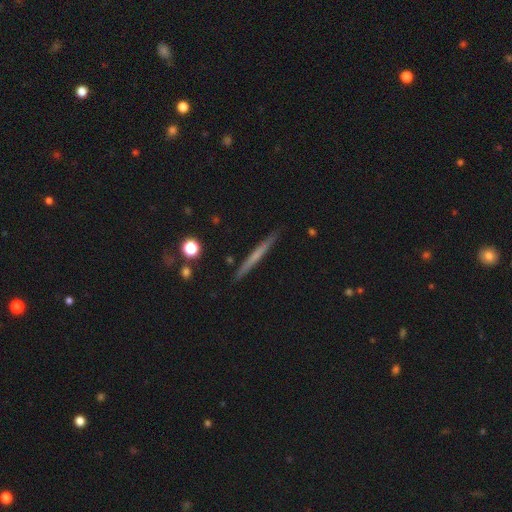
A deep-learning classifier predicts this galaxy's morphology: The model was most divided on "smooth or featured": smooth: 48%, featured or disk: 45%, star or artifact: 6%. More confident: merging — none (91%).